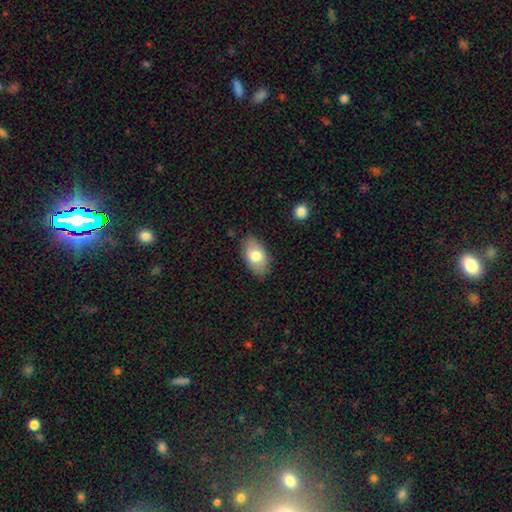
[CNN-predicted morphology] Q: Smooth or featured?
A: smooth (76%); runner-up: featured or disk (17%)
Q: How rounded?
A: in between (94%); runner-up: round (5%)
Q: Merging?
A: none (84%); runner-up: minor disturbance (12%)